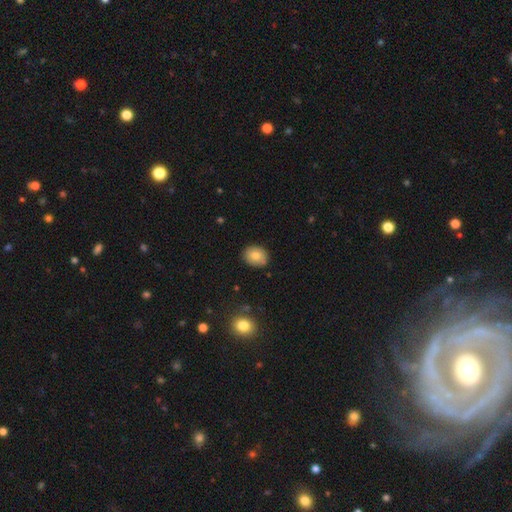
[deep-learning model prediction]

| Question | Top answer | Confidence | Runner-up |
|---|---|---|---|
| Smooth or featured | smooth | 81% | featured or disk (10%) |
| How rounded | round | 57% | in between (42%) |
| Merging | none | 85% | minor disturbance (11%) |